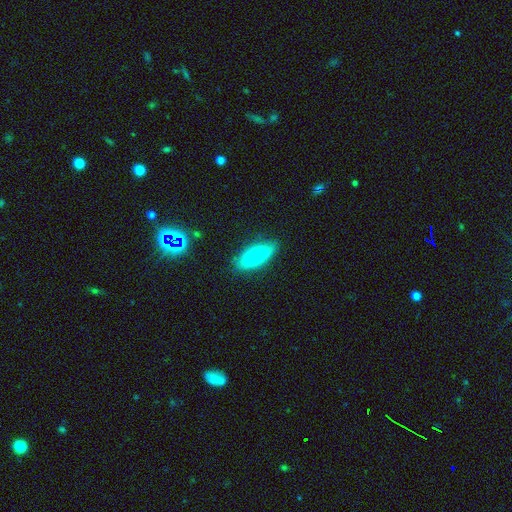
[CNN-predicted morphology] Overall: smooth (62%; featured or disk 31%). How rounded: in between (52%; cigar-shaped 46%). Merging: none (84%).